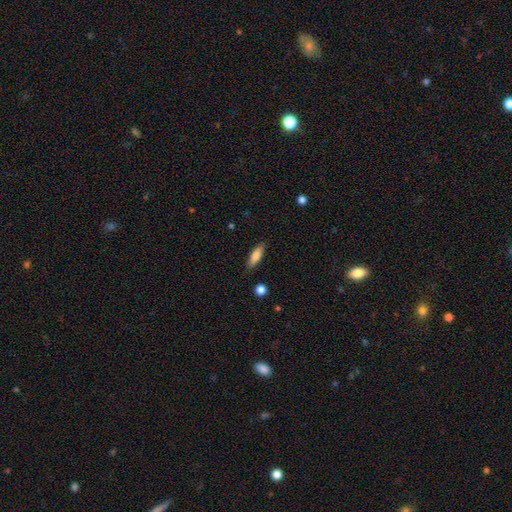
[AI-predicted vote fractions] Overall: smooth (81%). How rounded: in between (52%; cigar-shaped 45%). Merging: none (85%).